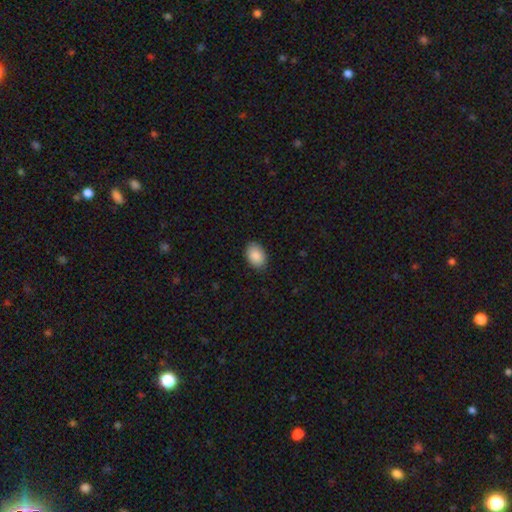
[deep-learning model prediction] A smooth galaxy with no disk features (89%) that is in between round and cigar-shaped (83%). Merging: none (88%).